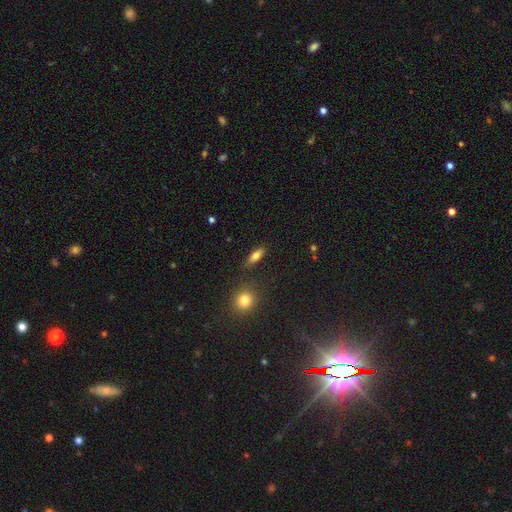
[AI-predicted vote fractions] The model was most divided on "how rounded": in between: 64%, cigar-shaped: 31%, round: 5%. More confident: merging — none (84%); smooth or featured — smooth (76%).